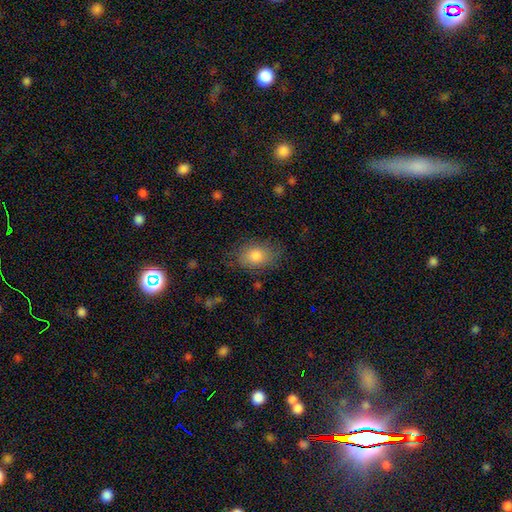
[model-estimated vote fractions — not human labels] Overall: smooth (80%). How rounded: in between (75%). Merging: none (74%).